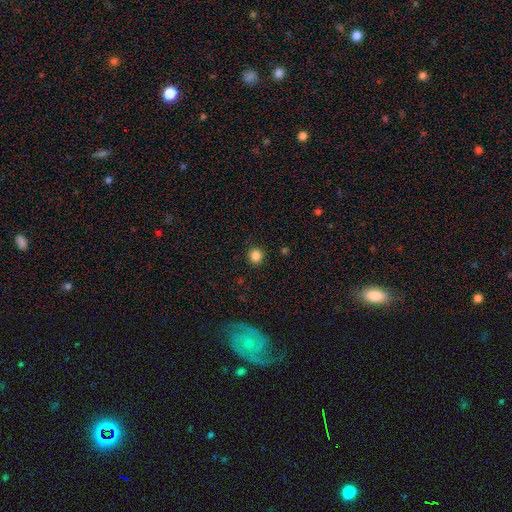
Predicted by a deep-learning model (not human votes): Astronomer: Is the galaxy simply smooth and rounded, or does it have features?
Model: smooth — 85%.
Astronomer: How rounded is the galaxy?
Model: round — 94%.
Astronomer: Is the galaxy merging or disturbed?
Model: none — 92%.